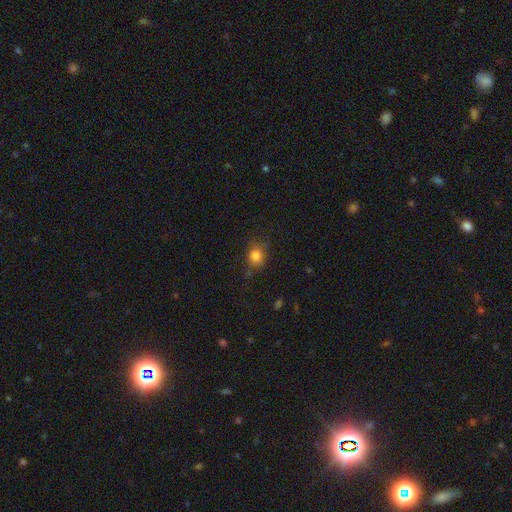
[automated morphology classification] smooth 83%, star or artifact 12%, featured or disk 6%. Down the decision tree: how rounded — round (70%); merging — none (75%).